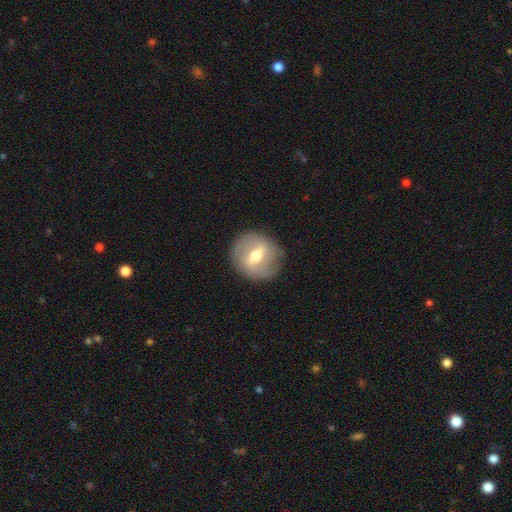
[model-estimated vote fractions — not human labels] smooth-or-featured: featured or disk: 62% | smooth: 31% | star or artifact: 7%
  disk-edge-on: no: 92% | yes: 8%
    bar: weak: 44% | strong: 43% | no: 13%
    has-spiral-arms: no: 53% | yes: 47%
    bulge-size: moderate: 74% | small: 15% | large: 10% | dominant: 1% | none: 1%
  merging: none: 83% | minor disturbance: 11% | major disturbance: 5% | merger: 1%